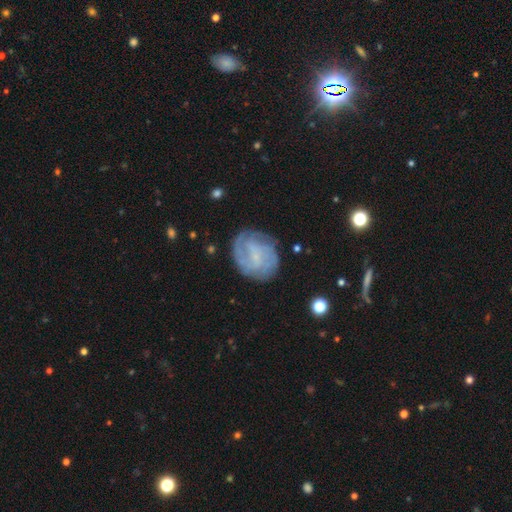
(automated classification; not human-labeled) Smooth or featured: featured or disk — 68% (smooth — 24%)
Edge-on disk: no — 98% (yes — 2%)
Bar: no — 48% (weak — 42%)
Spiral arms: yes — 86% (no — 14%)
Spiral winding: tight — 54% (medium — 33%)
Spiral arm count: can't tell — 42% (2 — 22%)
Bulge size: small — 51% (none — 36%)
Merging: none — 72% (minor disturbance — 17%)